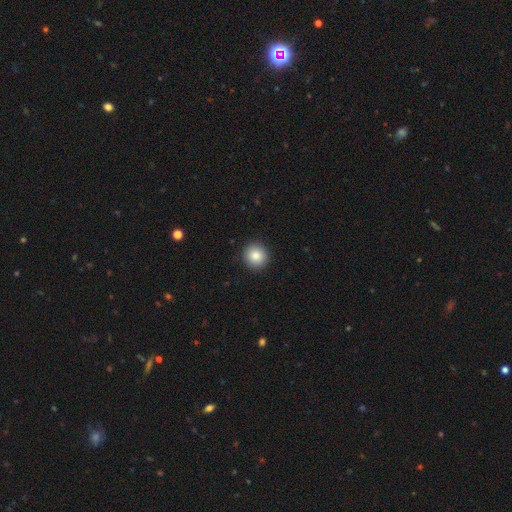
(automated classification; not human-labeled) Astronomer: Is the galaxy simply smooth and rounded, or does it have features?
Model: smooth — 86%.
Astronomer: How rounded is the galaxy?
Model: round — 94%.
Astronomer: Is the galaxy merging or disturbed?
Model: none — 92%.